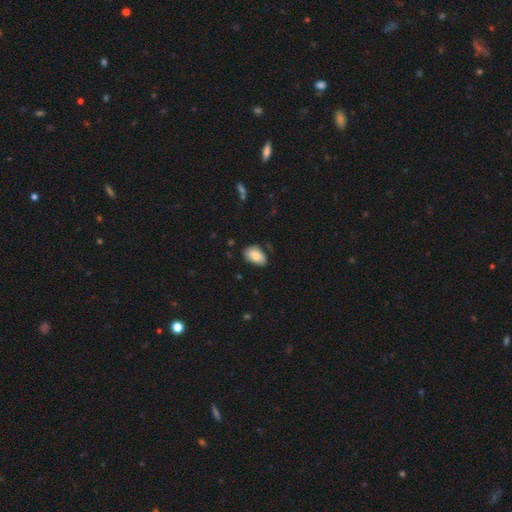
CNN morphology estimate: The model was most divided on "merging": none: 73%, minor disturbance: 21%, major disturbance: 4%, merger: 2%. More confident: how rounded — in between (92%); smooth or featured — smooth (82%).